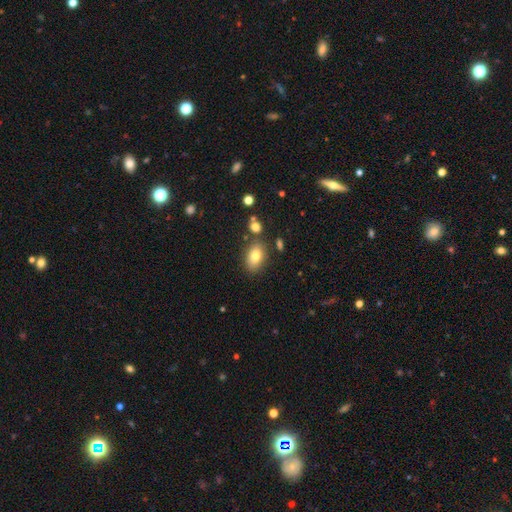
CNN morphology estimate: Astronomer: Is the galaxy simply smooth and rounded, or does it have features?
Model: smooth — 80%.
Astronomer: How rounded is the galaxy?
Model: in between — 88%.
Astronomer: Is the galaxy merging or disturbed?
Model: none — 80%.